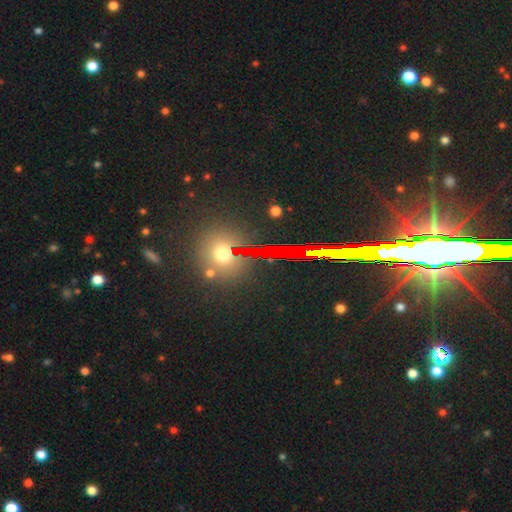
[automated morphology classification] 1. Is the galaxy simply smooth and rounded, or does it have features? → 67% star or artifact, 20% smooth, 13% featured or disk.